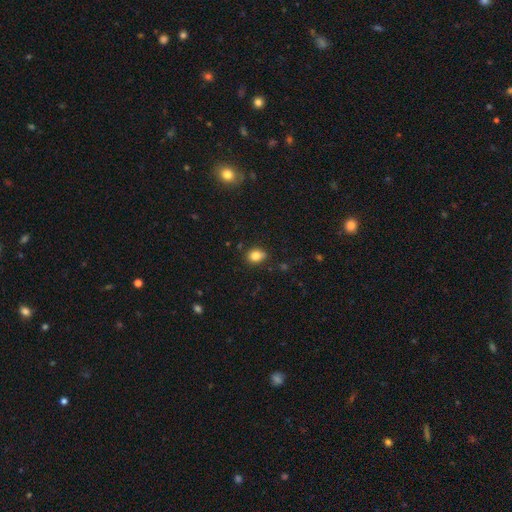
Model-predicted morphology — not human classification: This is clearly a smooth galaxy (84%). How rounded: likely in between (63%). Merging: clearly none (84%).